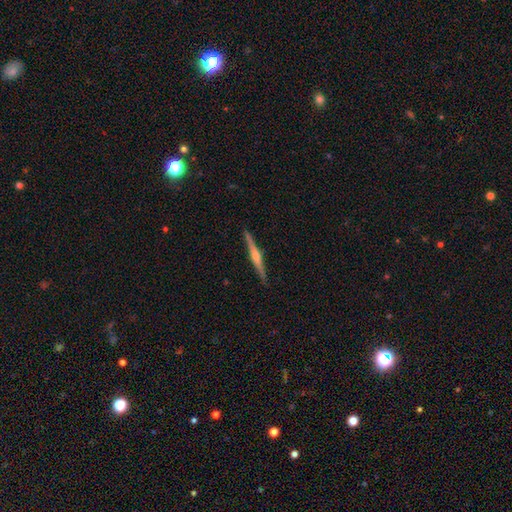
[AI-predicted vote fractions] This is likely a featured or disk galaxy (78%). It is clearly viewed edge-on (98%). Edge-on bulge: clearly rounded (86%). Merging: clearly none (91%).